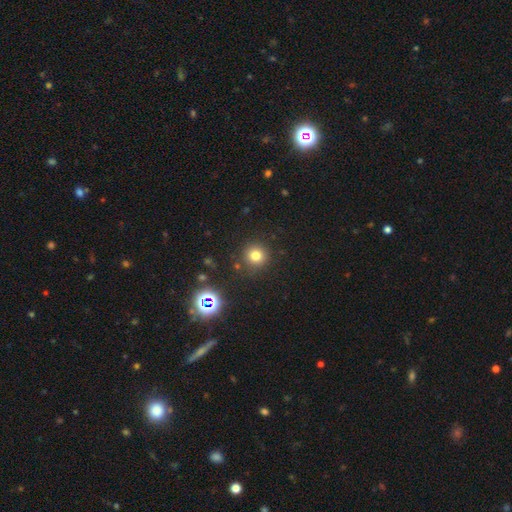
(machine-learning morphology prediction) Q: Smooth or featured?
A: smooth (76%); runner-up: star or artifact (17%)
Q: How rounded?
A: round (94%); runner-up: in between (5%)
Q: Merging?
A: none (87%); runner-up: minor disturbance (7%)